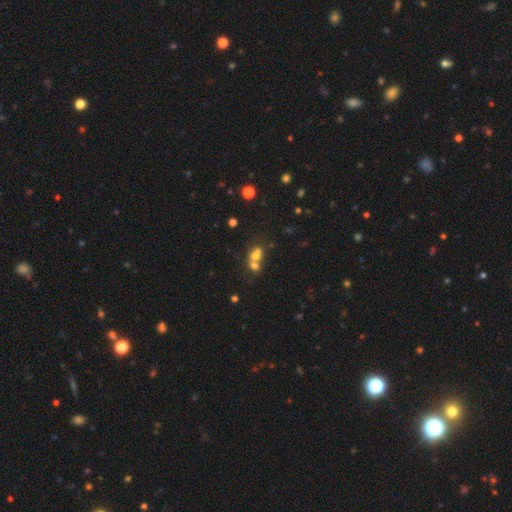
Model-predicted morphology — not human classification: smooth_or_featured: smooth (p=0.61) [alt: featured or disk p=0.23]
how_rounded: round (p=0.64) [alt: in between p=0.34]
merging: merger (p=0.66) [alt: none p=0.24]